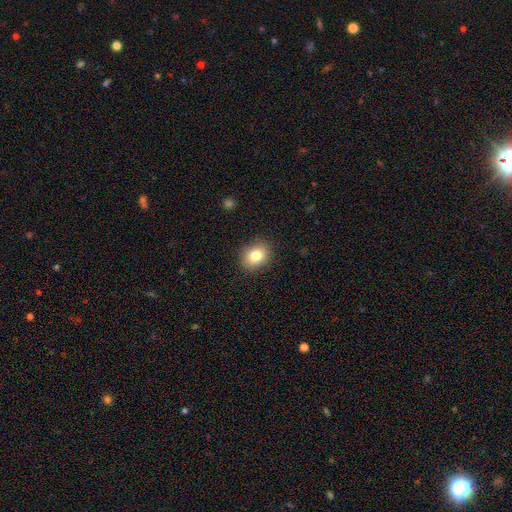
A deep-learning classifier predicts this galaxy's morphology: The model was most divided on "how rounded": in between: 51%, round: 48%, cigar-shaped: 1%. More confident: merging — none (88%); smooth or featured — smooth (81%).